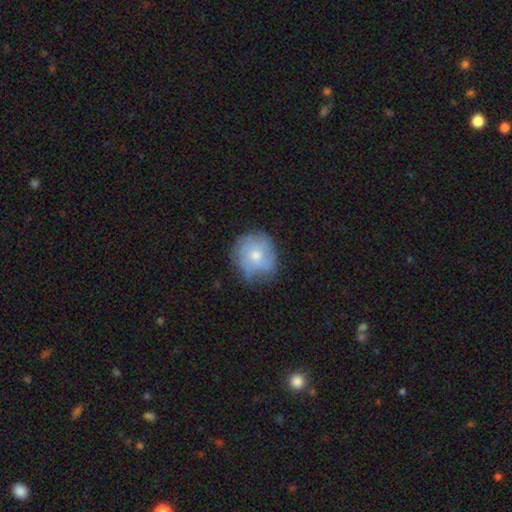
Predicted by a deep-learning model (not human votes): smooth_or_featured: smooth (p=0.55) [alt: featured or disk p=0.36]
how_rounded: round (p=0.82) [alt: in between p=0.17]
merging: none (p=0.68) [alt: minor disturbance p=0.23]